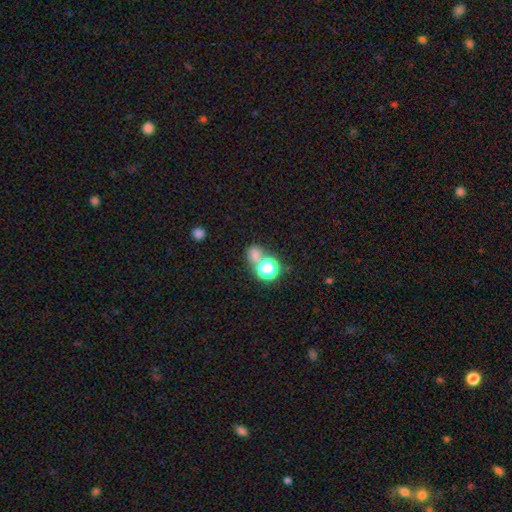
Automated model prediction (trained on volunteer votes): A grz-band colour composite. It shows a smooth galaxy with no disk features (58%) that is round (71%). Merging: none (54%).